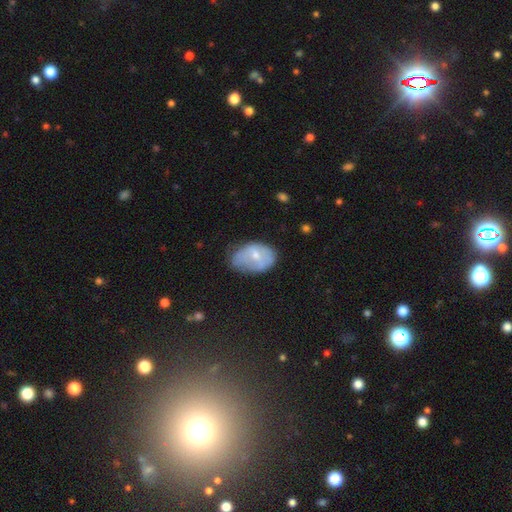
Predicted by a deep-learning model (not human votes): Smooth or featured?
  - smooth: 56% *
  - featured or disk: 36%
  - star or artifact: 8%
How rounded?
  - in between: 83% *
  - round: 16%
  - cigar-shaped: 1%
Merging?
  - minor disturbance: 42% *
  - none: 40%
  - major disturbance: 16%
  - merger: 2%